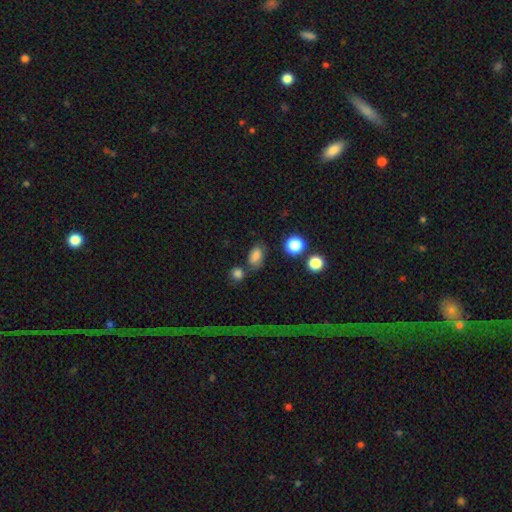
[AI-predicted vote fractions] This is clearly a smooth galaxy (81%). How rounded: clearly in between (84%). Merging: likely none (66%).